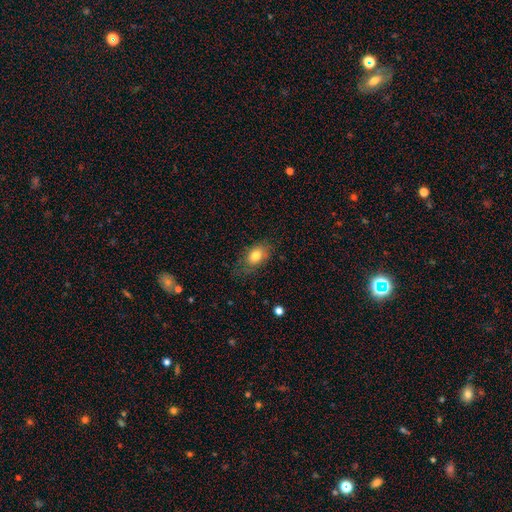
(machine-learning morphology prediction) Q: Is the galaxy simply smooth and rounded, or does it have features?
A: smooth — 77%.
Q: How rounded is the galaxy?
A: in between — 83%.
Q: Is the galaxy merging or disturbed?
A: none — 66%.